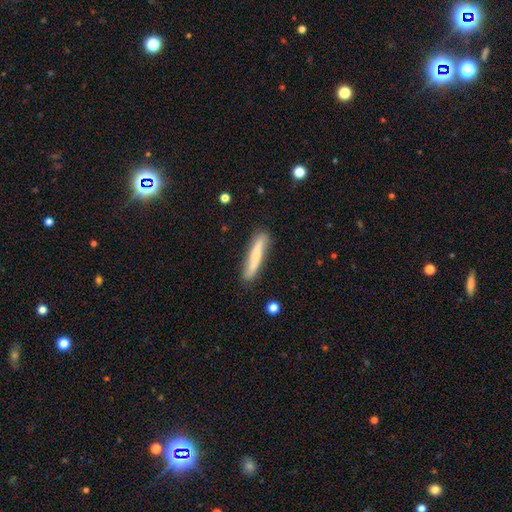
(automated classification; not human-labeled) Morphology: type=smooth (58%); roundness=cigar-shaped (91%); merging=none (84%).